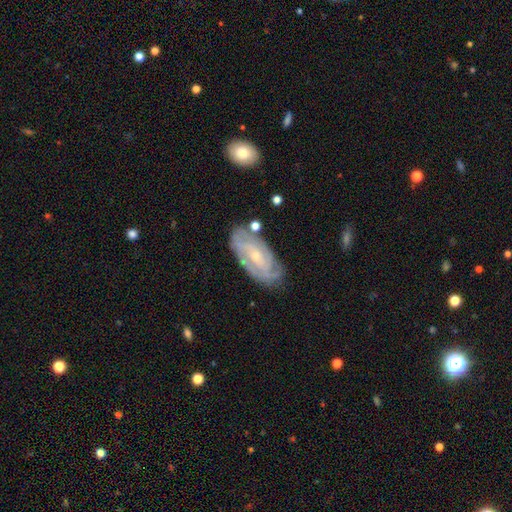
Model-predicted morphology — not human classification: This is likely a featured or disk galaxy (77%). It is clearly not viewed edge-on (93%). Bar: possibly no (54%). Spiral arm pattern: clearly yes (91%). Spiral arm count: marginally can't tell (37%). Spiral winding: likely tight (62%). Central bulge: likely small (70%). Merging: likely none (72%).